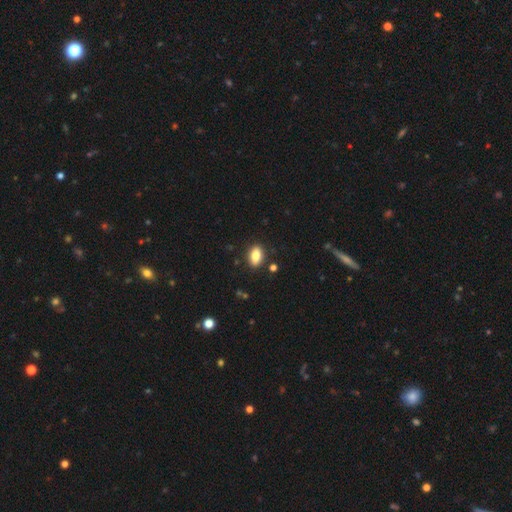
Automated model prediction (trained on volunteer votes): Smooth or featured? smooth (84%)
How rounded? in between (88%)
Merging? none (86%)